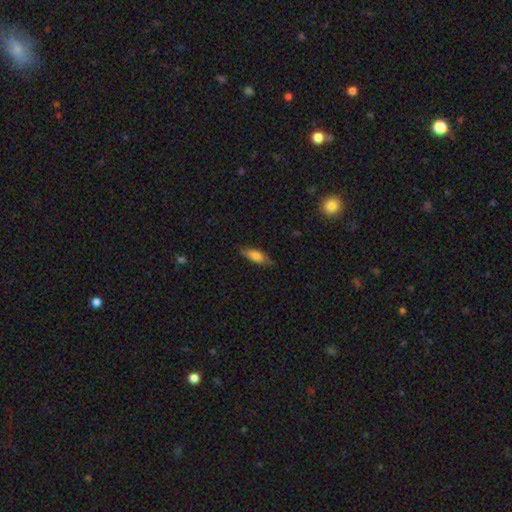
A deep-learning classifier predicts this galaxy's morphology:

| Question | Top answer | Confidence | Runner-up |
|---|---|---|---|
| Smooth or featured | smooth | 73% | featured or disk (21%) |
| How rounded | in between | 74% | cigar-shaped (24%) |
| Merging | none | 72% | minor disturbance (22%) |